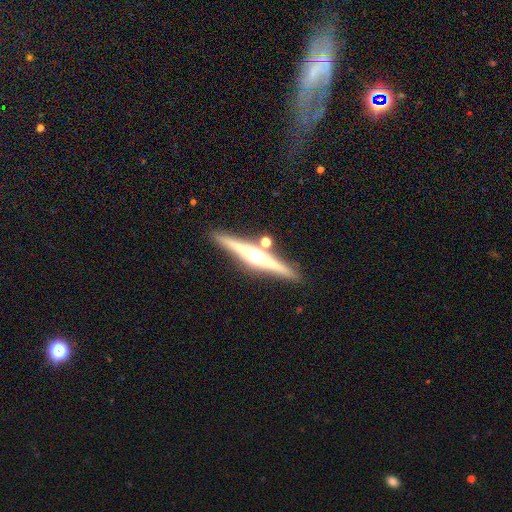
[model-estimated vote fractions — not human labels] Smooth or featured? featured or disk (78%)
Edge-on disk? yes (98%)
Edge-on bulge? rounded (93%)
Merging? none (85%)